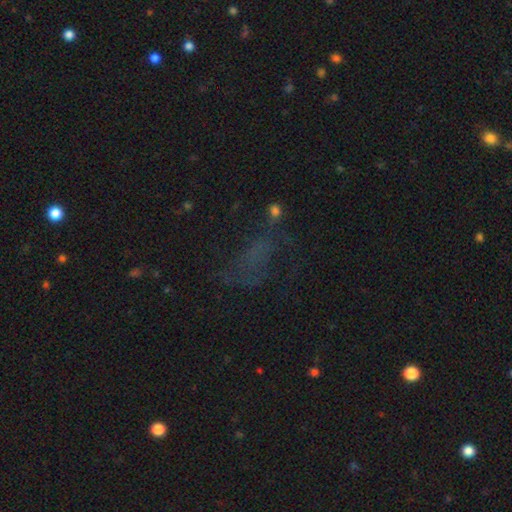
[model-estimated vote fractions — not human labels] The model was most divided on "smooth or featured": star or artifact: 43%, smooth: 35%, featured or disk: 21%.